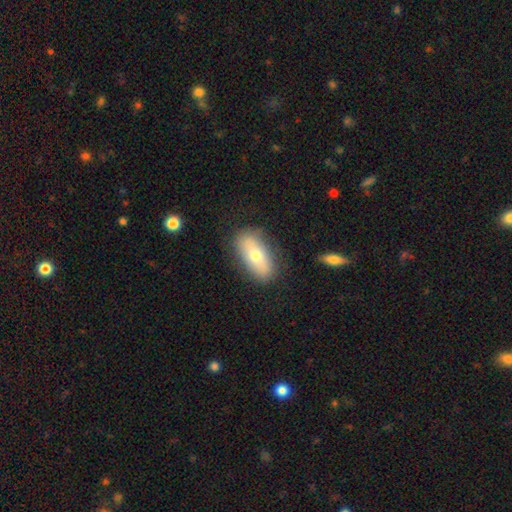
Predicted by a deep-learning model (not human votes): A smooth galaxy with no disk features (65%) that is in between round and cigar-shaped (85%). Merging: none (81%).